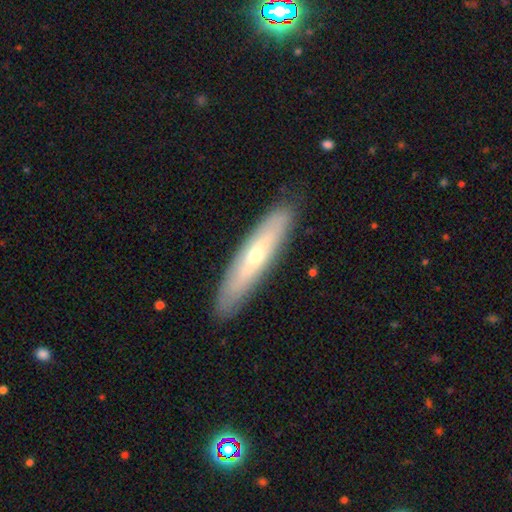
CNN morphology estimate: Overall: featured or disk (53%; smooth 41%). Edge-on disk: yes (63%; no 37%). Merging: none (88%).